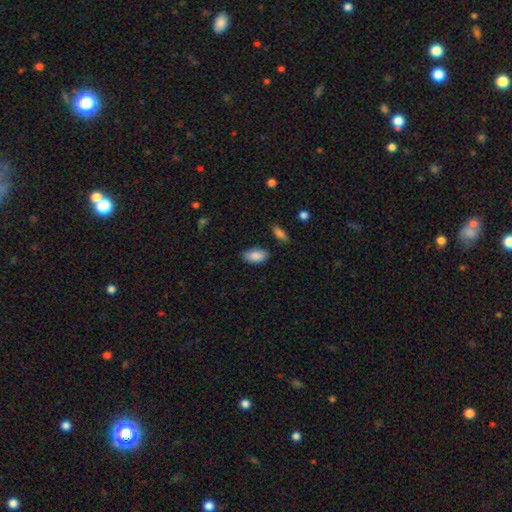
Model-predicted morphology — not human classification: type=smooth (88%); roundness=in between (93%); merging=none (82%).